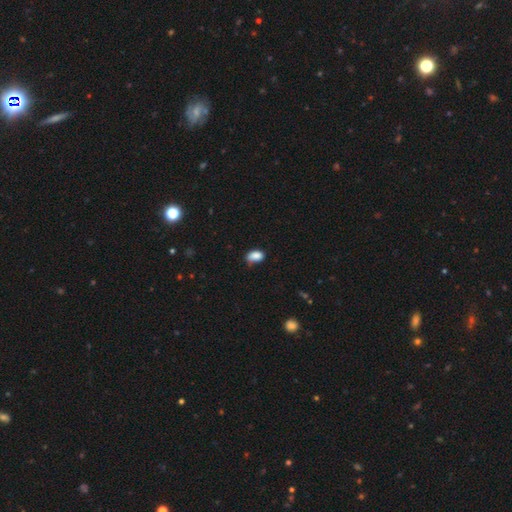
This appears to be a smooth galaxy with no disk features (89%) that is in between round and cigar-shaped (97%). Merging: none (80%).